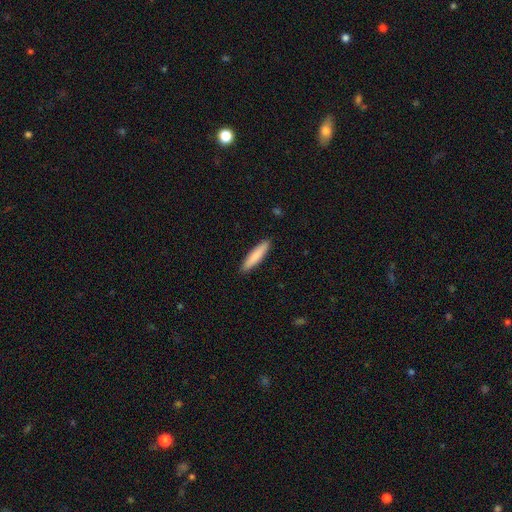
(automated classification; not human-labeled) This appears to be a smooth galaxy with no disk features (84%) that is cigar-shaped (84%). Merging: none (91%).